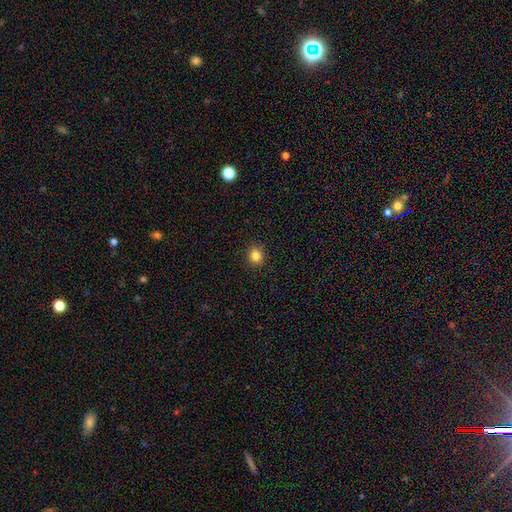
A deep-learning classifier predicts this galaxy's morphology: This is clearly a smooth galaxy (84%). How rounded: likely round (78%). Merging: clearly none (91%).